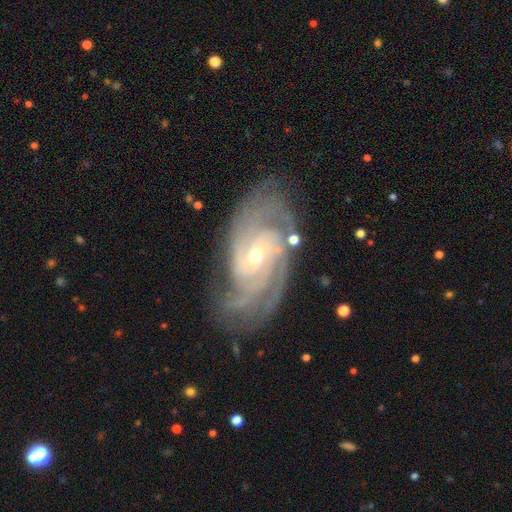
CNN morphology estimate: featured or disk 91%, star or artifact 5%, smooth 4%. Down the decision tree: edge-on disk — no (96%); bar — no (53%); spiral arms — yes (98%); spiral arm count — 3 (32%); spiral winding — tight (68%); bulge size — small (52%); merging — none (77%).